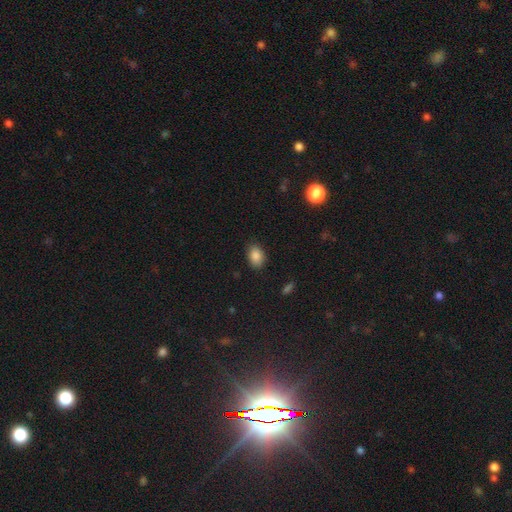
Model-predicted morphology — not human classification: Smooth or featured?
  - smooth: 86% *
  - star or artifact: 9%
  - featured or disk: 5%
How rounded?
  - in between: 80% *
  - round: 19%
  - cigar-shaped: 1%
Merging?
  - none: 84% *
  - minor disturbance: 12%
  - major disturbance: 3%
  - merger: 1%